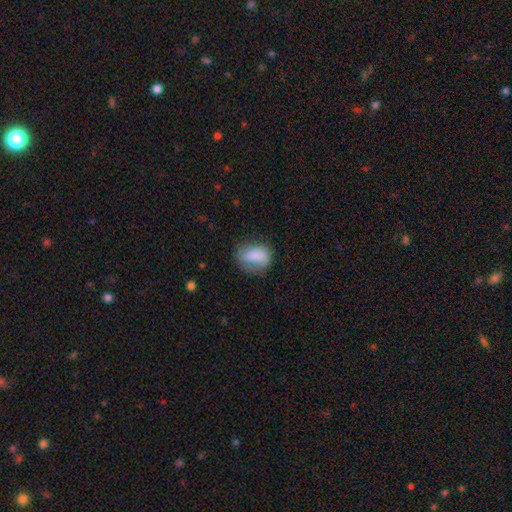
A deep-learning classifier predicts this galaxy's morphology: This is likely a smooth galaxy (77%). How rounded: likely in between (70%). Merging: possibly none (57%).